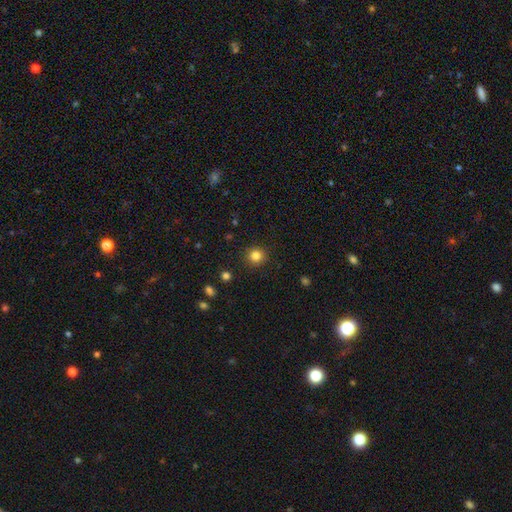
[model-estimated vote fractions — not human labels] Q: Smooth or featured?
A: smooth (83%); runner-up: star or artifact (12%)
Q: How rounded?
A: round (93%); runner-up: in between (6%)
Q: Merging?
A: none (91%); runner-up: minor disturbance (6%)